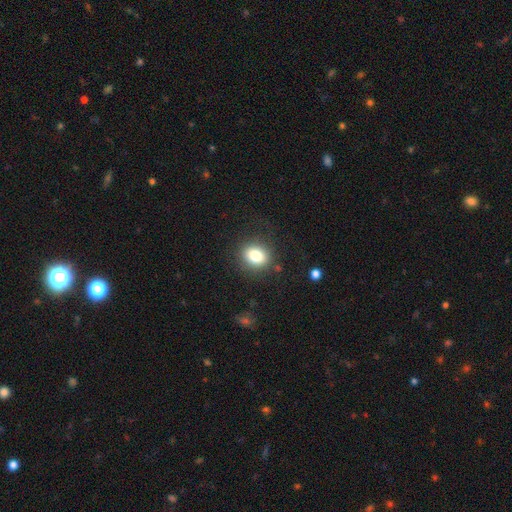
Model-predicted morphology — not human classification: type=smooth (81%); roundness=round (58%); merging=none (82%).